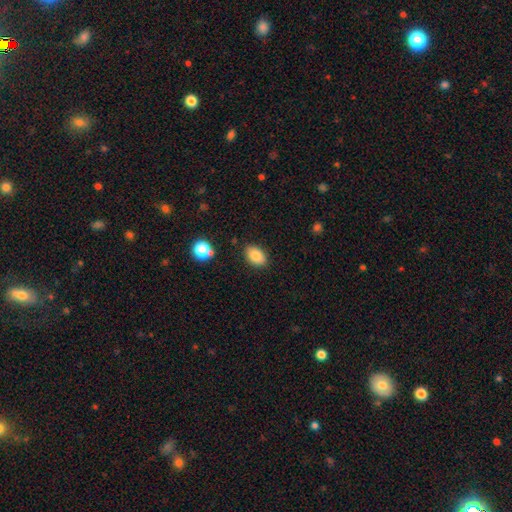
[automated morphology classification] Smooth or featured? Predicted: smooth (p=0.84). How rounded? Predicted: in between (p=0.87). Merging? Predicted: none (p=0.85).